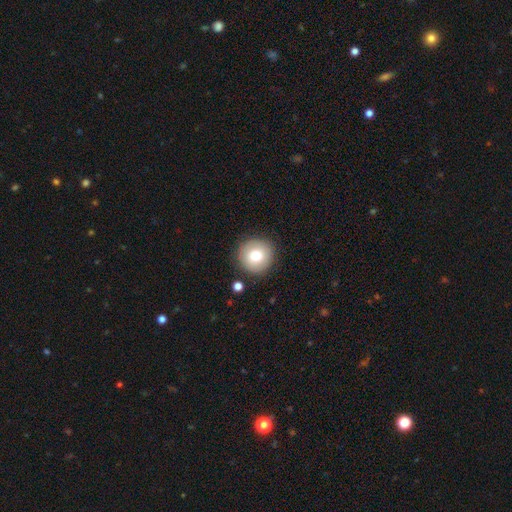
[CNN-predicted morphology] Smooth or featured?
  - smooth: 76% *
  - featured or disk: 15%
  - star or artifact: 10%
How rounded?
  - round: 95% *
  - in between: 4%
  - cigar-shaped: 1%
Merging?
  - none: 87% *
  - minor disturbance: 8%
  - major disturbance: 2%
  - merger: 2%